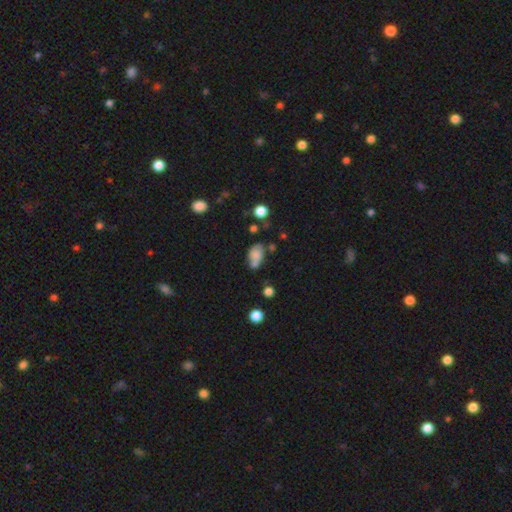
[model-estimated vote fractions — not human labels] Smooth or featured: smooth — 74% (featured or disk — 15%)
How rounded: in between — 81% (round — 17%)
Merging: none — 37% (merger — 28%)